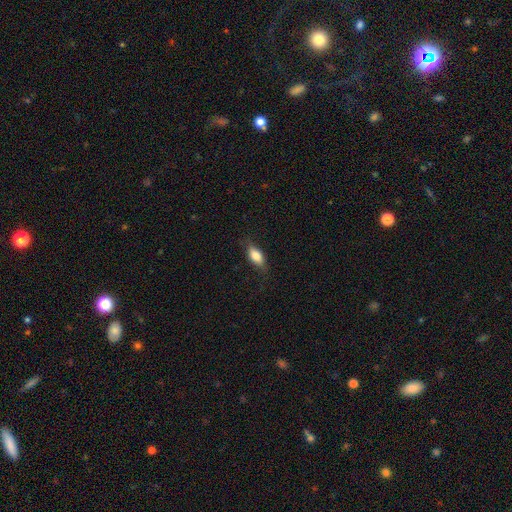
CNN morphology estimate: Smooth or featured? Predicted: smooth (p=0.76). How rounded? Predicted: in between (p=0.81). Merging? Predicted: none (p=0.75).